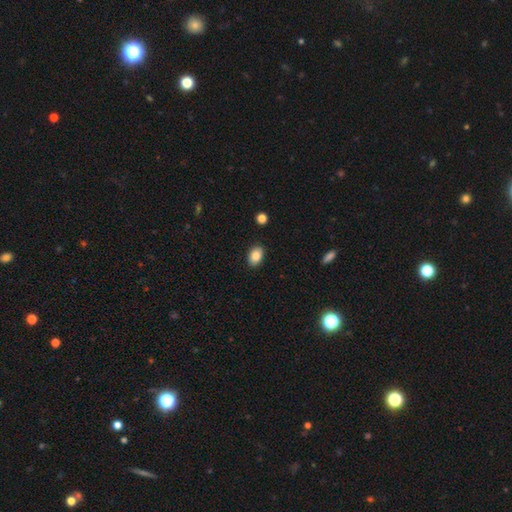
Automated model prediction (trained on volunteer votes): Smooth or featured?
  - smooth: 86% *
  - star or artifact: 8%
  - featured or disk: 5%
How rounded?
  - in between: 83% *
  - round: 16%
  - cigar-shaped: 1%
Merging?
  - none: 89% *
  - minor disturbance: 8%
  - major disturbance: 2%
  - merger: 1%